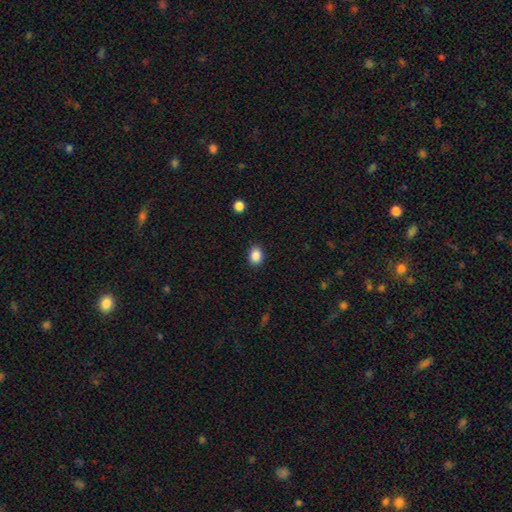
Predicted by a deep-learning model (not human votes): smooth-or-featured: smooth: 88% | star or artifact: 9% | featured or disk: 3%
  how-rounded: in between: 61% | round: 39% | cigar-shaped: 1%
  merging: none: 88% | minor disturbance: 9% | major disturbance: 2% | merger: 1%